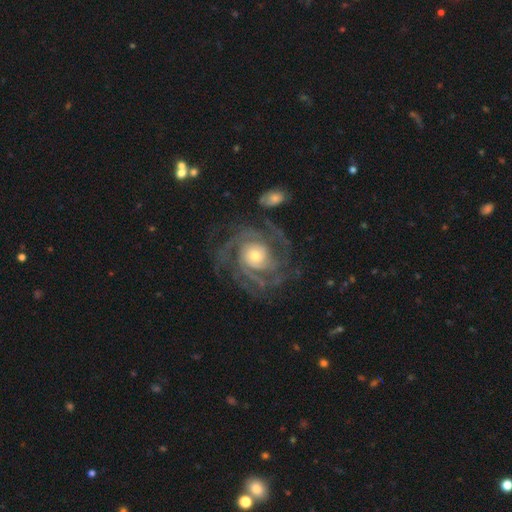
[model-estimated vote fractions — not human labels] A featured or disk galaxy (89%) with no bar (77%), 3 (26%) tight (62%) spiral arms (96%) and a moderate central bulge (52%). Merging: none (70%).